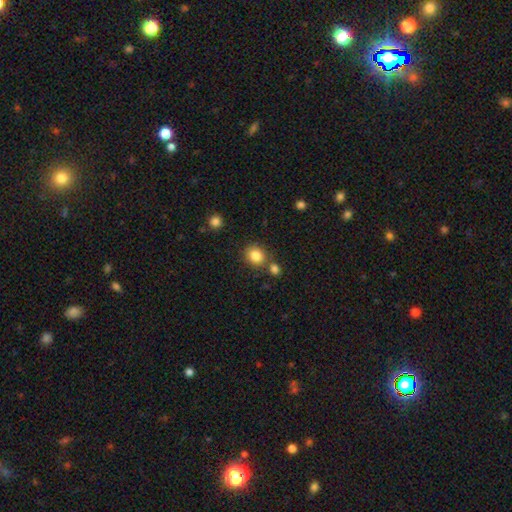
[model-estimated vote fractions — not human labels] Morphology: type=smooth (84%); roundness=round (76%); merging=none (73%).